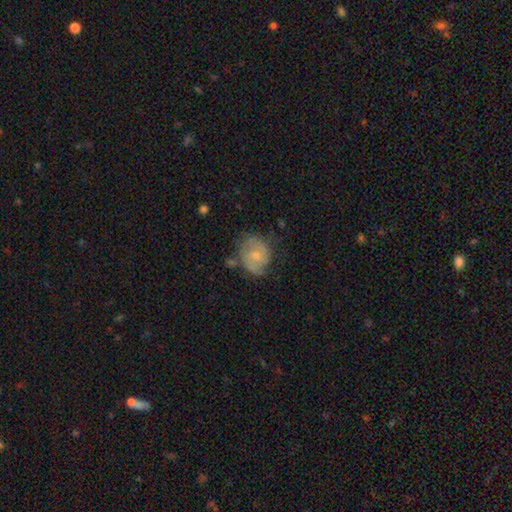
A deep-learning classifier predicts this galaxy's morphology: Smooth or featured?
  - featured or disk: 54% *
  - smooth: 39%
  - star or artifact: 7%
Edge-on disk?
  - no: 97% *
  - yes: 3%
Bar?
  - no: 67% *
  - weak: 29%
  - strong: 4%
Spiral arms?
  - yes: 78% *
  - no: 22%
Bulge size?
  - small: 56% *
  - moderate: 37%
  - none: 4%
  - large: 2%
  - dominant: 1%
Merging?
  - none: 57% *
  - minor disturbance: 27%
  - major disturbance: 11%
  - merger: 4%